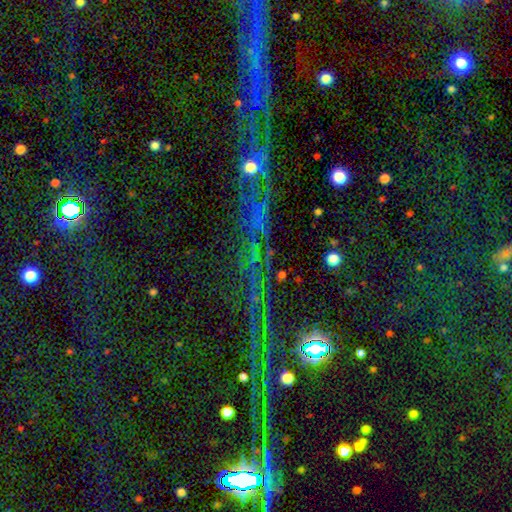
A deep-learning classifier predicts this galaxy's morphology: Q: Smooth or featured?
A: star or artifact (71%); runner-up: smooth (15%)